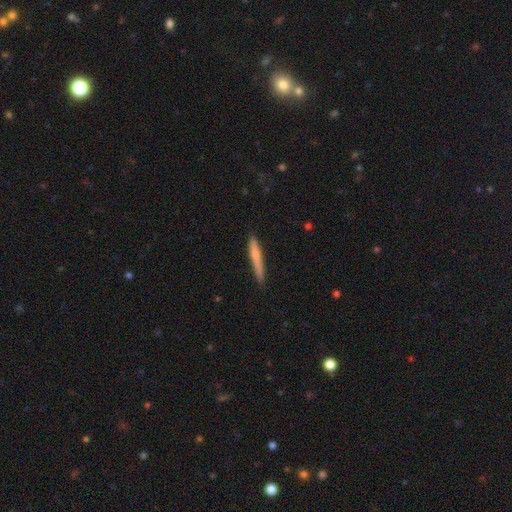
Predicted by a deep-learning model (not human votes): Smooth or featured? smooth (65%)
How rounded? cigar-shaped (95%)
Merging? none (81%)